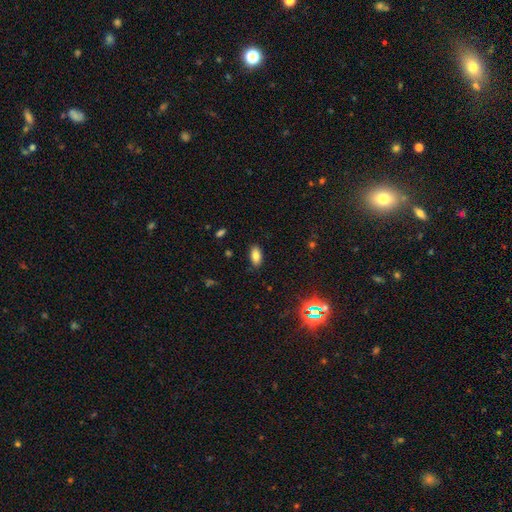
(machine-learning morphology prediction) This is likely a smooth galaxy (78%). How rounded: clearly in between (90%). Merging: clearly none (87%).